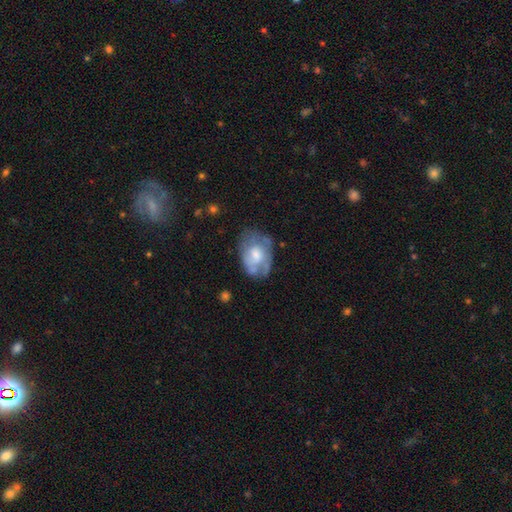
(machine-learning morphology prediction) featured or disk 52%, smooth 41%, star or artifact 7%. Down the decision tree: edge-on disk — no (96%); bar — no (78%); spiral arms — no (56%); bulge size — moderate (51%); merging — none (52%).